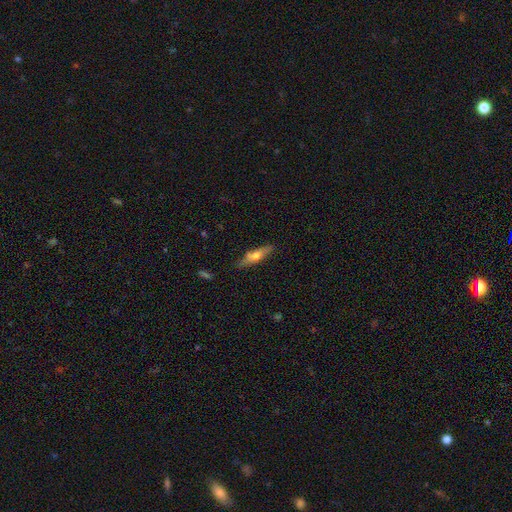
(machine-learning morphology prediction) smooth_or_featured: featured or disk (p=0.48) [alt: smooth p=0.46]
merging: none (p=0.80) [alt: minor disturbance p=0.14]